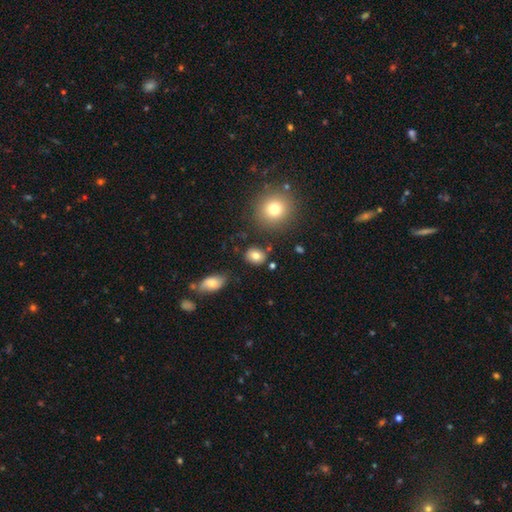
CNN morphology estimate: smooth_or_featured: smooth (p=0.81) [alt: star or artifact p=0.11]
how_rounded: in between (p=0.53) [alt: round p=0.46]
merging: none (p=0.82) [alt: minor disturbance p=0.11]